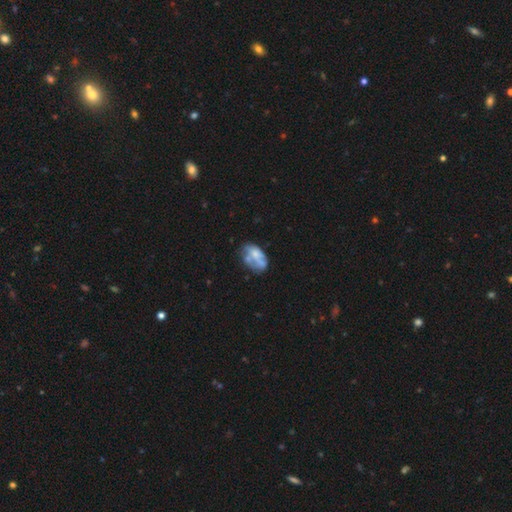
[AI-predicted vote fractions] This appears to be a smooth galaxy with no disk features (46%). Merging: none (36%).